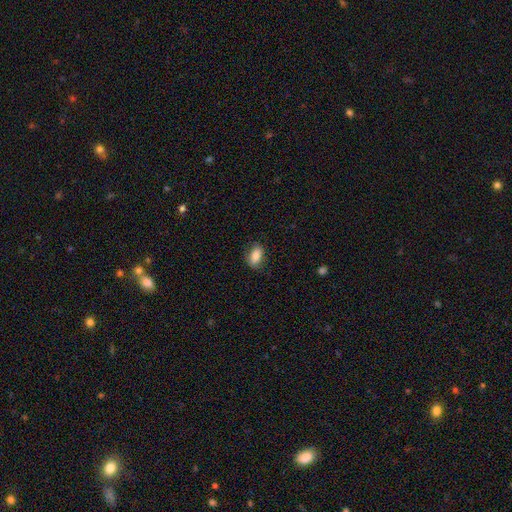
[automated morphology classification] Smooth or featured? Predicted: smooth (p=0.81). How rounded? Predicted: in between (p=0.88). Merging? Predicted: none (p=0.82).